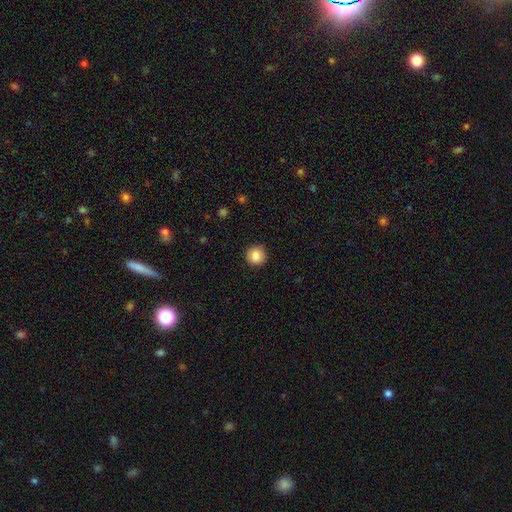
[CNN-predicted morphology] Overall: smooth (86%). How rounded: round (93%). Merging: none (91%).